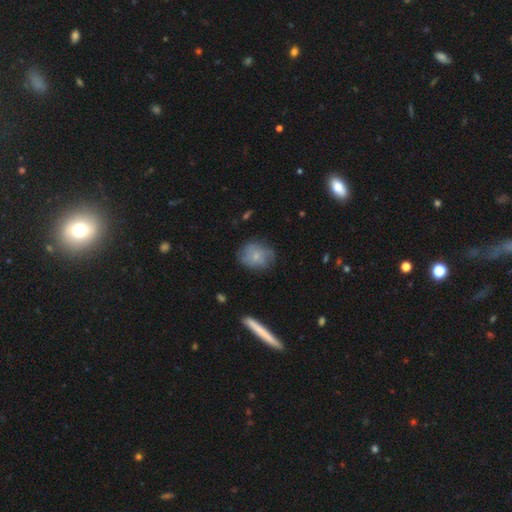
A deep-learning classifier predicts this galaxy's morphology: Q: Smooth or featured?
A: smooth (55%); runner-up: featured or disk (36%)
Q: How rounded?
A: round (64%); runner-up: in between (34%)
Q: Merging?
A: none (63%); runner-up: minor disturbance (25%)